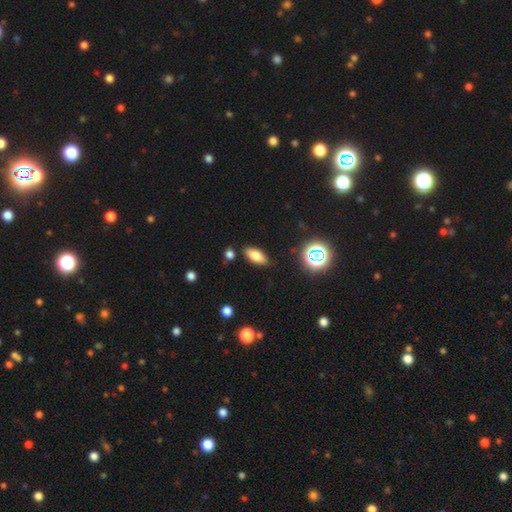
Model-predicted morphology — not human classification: Smooth or featured? Predicted: smooth (p=0.75). How rounded? Predicted: in between (p=0.83). Merging? Predicted: none (p=0.85).